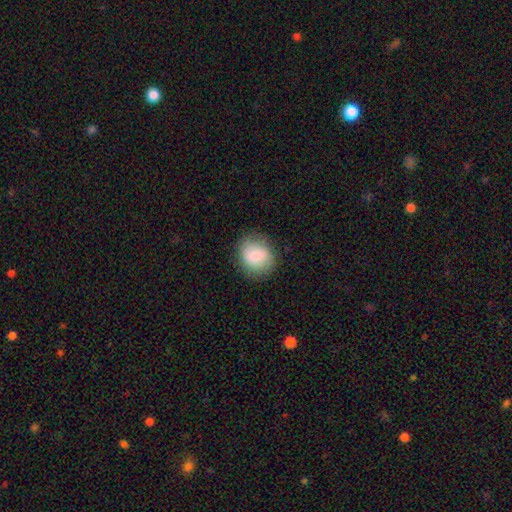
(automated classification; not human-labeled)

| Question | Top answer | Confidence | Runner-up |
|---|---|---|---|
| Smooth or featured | smooth | 79% | featured or disk (14%) |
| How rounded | round | 68% | in between (31%) |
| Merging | none | 82% | minor disturbance (13%) |